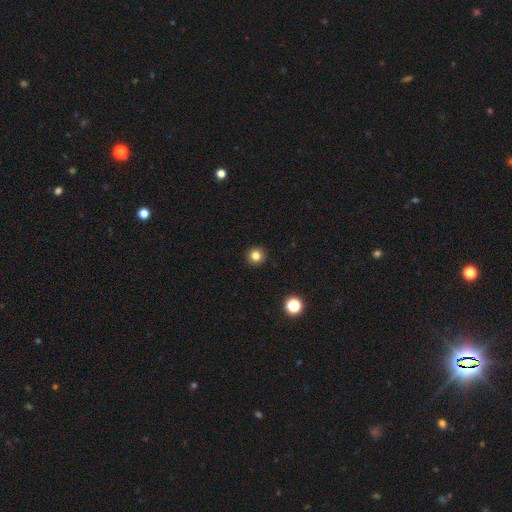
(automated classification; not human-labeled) smooth 81%, star or artifact 14%, featured or disk 5%. Down the decision tree: how rounded — round (94%); merging — none (93%).